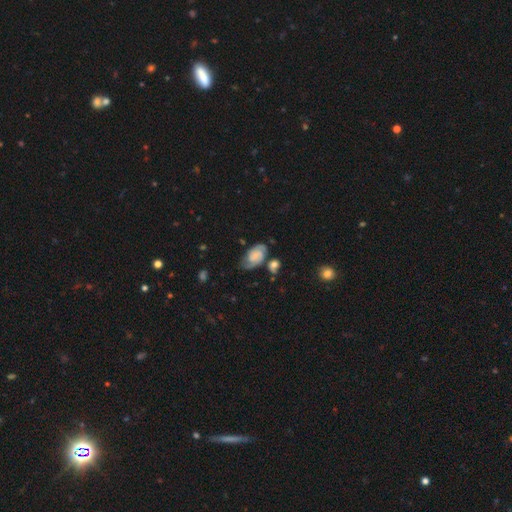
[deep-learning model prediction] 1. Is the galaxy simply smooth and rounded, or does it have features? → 70% featured or disk, 22% smooth, 8% star or artifact.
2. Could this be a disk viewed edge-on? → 97% no, 3% yes.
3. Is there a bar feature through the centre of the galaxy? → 65% no, 29% weak, 6% strong.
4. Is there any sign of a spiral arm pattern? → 93% yes, 7% no.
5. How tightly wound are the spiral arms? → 50% tight, 39% medium, 12% loose.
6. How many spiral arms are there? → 79% 2, 10% can't tell, 4% 1, 4% 3, 1% 4, 1% more than 4.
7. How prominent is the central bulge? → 45% small, 28% none, 19% moderate, 6% large, 2% dominant.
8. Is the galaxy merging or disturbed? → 58% none, 23% minor disturbance, 10% major disturbance, 9% merger.